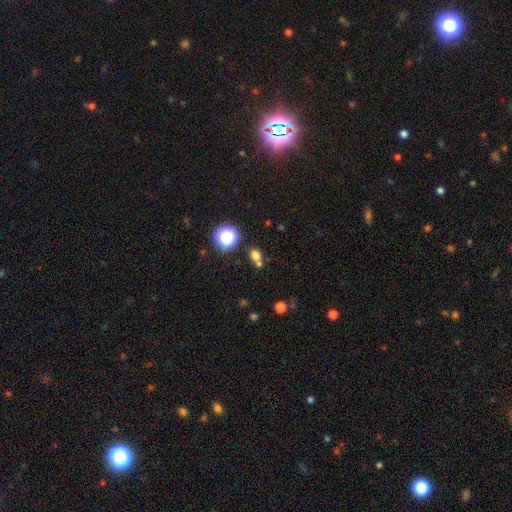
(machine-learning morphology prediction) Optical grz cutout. It shows a smooth galaxy with no disk features (71%) that is round (59%). Merging: none (54%).